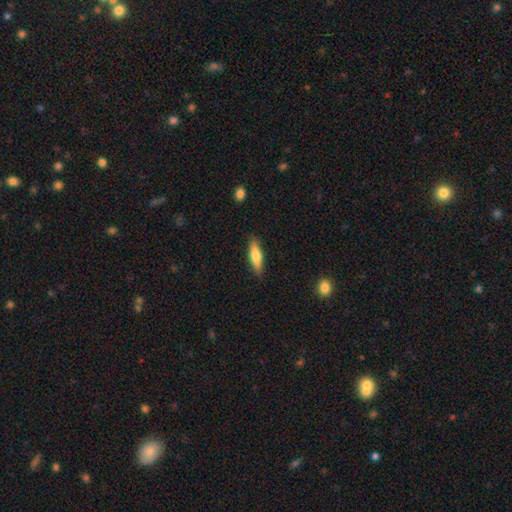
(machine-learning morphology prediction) Q: Smooth or featured?
A: smooth (67%); runner-up: featured or disk (27%)
Q: How rounded?
A: cigar-shaped (61%); runner-up: in between (37%)
Q: Merging?
A: none (87%); runner-up: minor disturbance (9%)